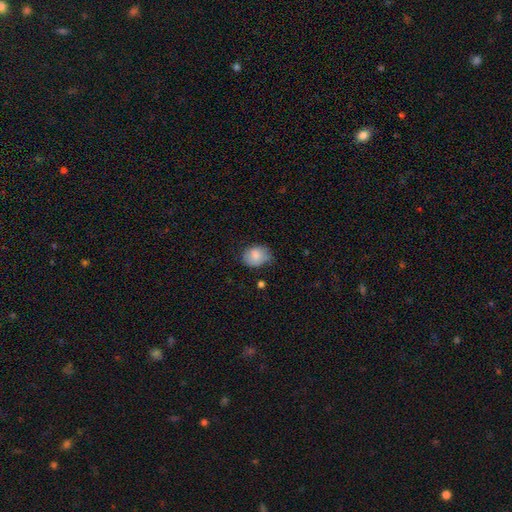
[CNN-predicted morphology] Smooth or featured? Predicted: smooth (p=0.82). How rounded? Predicted: in between (p=0.61). Merging? Predicted: none (p=0.57).